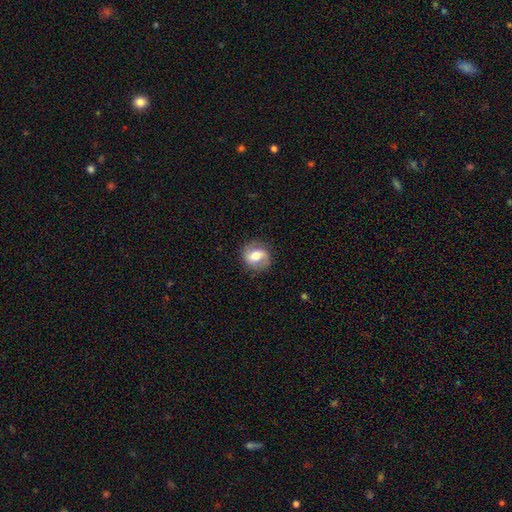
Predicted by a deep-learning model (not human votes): featured or disk 49%, smooth 43%, star or artifact 8%. Down the decision tree: merging — none (82%).